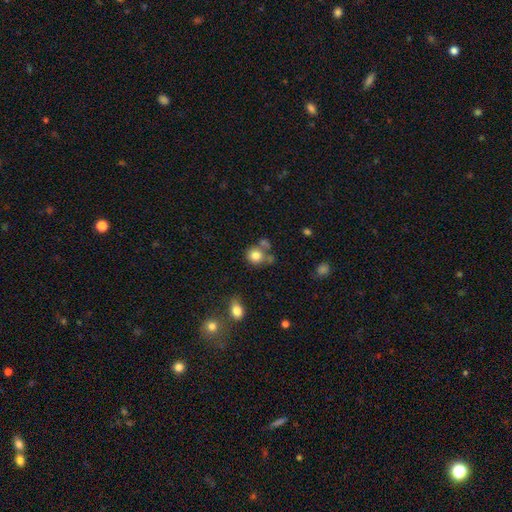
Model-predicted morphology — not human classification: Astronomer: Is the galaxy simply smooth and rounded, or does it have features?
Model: smooth — 81%.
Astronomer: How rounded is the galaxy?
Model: round — 86%.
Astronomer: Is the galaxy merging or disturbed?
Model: none — 58%.